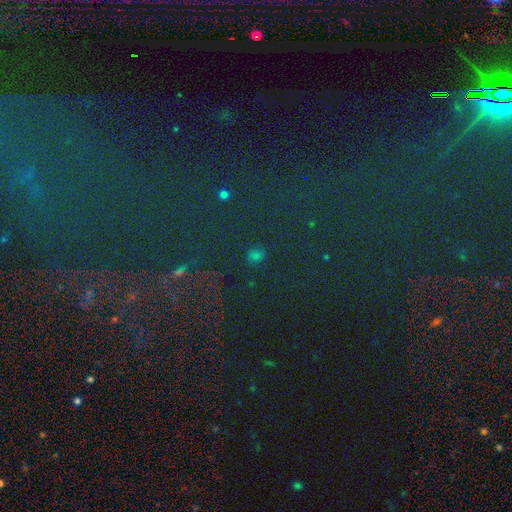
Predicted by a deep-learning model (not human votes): The model was most divided on "smooth or featured": star or artifact: 50%, smooth: 42%, featured or disk: 8%.